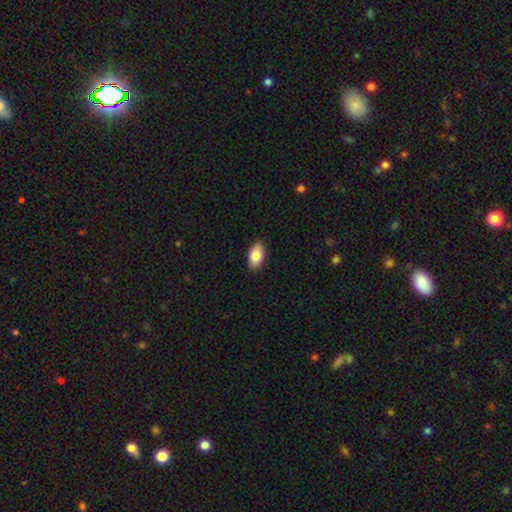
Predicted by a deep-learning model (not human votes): This appears to be a smooth galaxy with no disk features (85%) that is in between round and cigar-shaped (94%). Merging: none (88%).